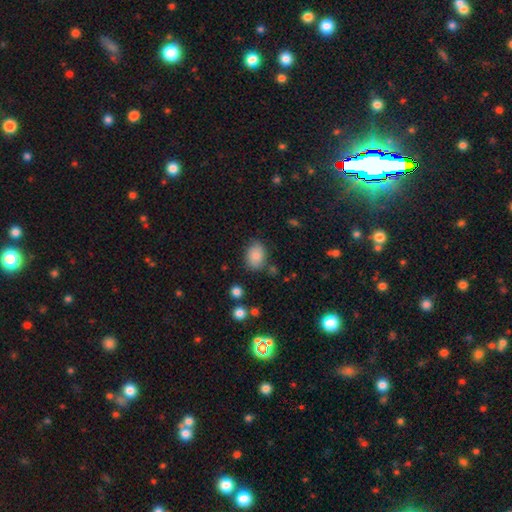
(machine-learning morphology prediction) smooth_or_featured: smooth (p=0.85) [alt: star or artifact p=0.08]
how_rounded: in between (p=0.75) [alt: round p=0.24]
merging: none (p=0.78) [alt: minor disturbance p=0.15]